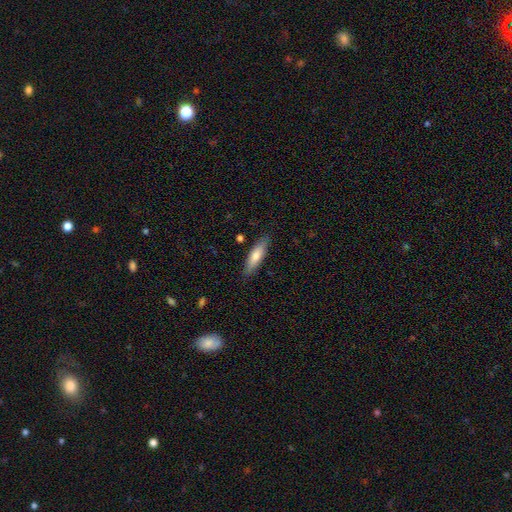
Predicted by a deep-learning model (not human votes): This is likely a smooth galaxy (67%). How rounded: likely cigar-shaped (66%). Merging: clearly none (86%).